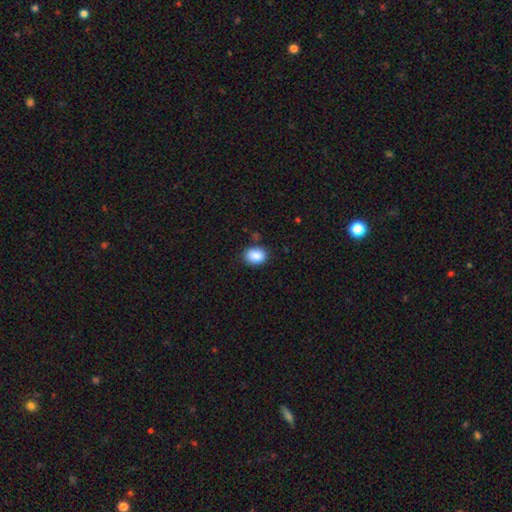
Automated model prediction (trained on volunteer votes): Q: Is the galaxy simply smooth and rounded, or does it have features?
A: smooth — 88%.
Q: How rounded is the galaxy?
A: in between — 63%.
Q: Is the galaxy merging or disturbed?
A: none — 82%.